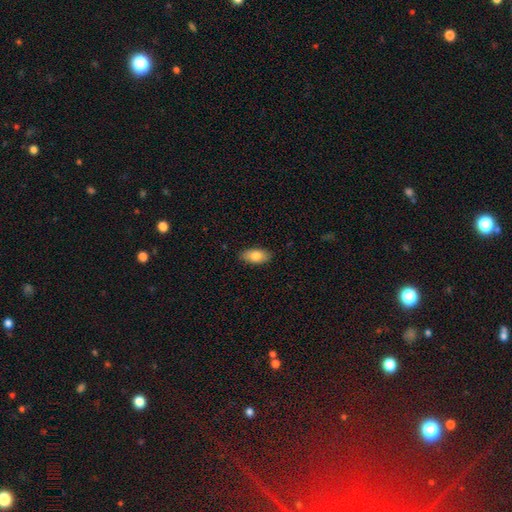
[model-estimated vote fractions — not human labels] The model was most divided on "smooth or featured": smooth: 82%, featured or disk: 12%, star or artifact: 6%. More confident: how rounded — in between (92%); merging — none (88%).